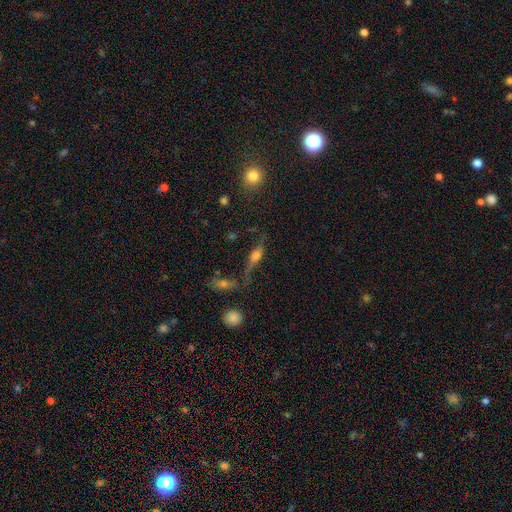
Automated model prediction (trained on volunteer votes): The model was most divided on "smooth or featured": featured or disk: 52%, smooth: 36%, star or artifact: 12%. More confident: edge-on disk — yes (74%); merging — none (56%).